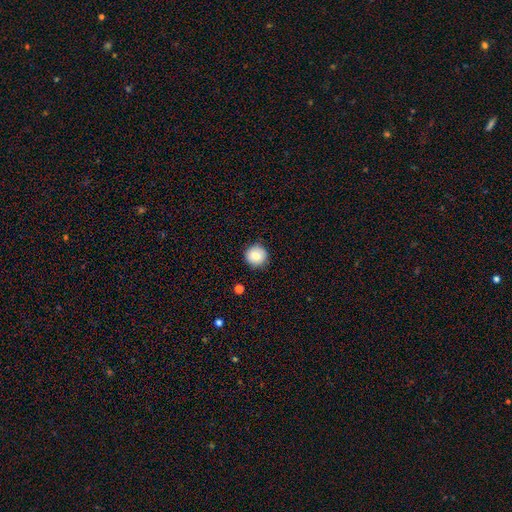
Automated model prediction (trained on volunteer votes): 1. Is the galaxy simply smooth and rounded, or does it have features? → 85% smooth, 8% star or artifact, 7% featured or disk.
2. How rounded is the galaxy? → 95% round, 4% in between, 1% cigar-shaped.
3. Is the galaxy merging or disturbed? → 89% none, 8% minor disturbance, 2% major disturbance, 1% merger.